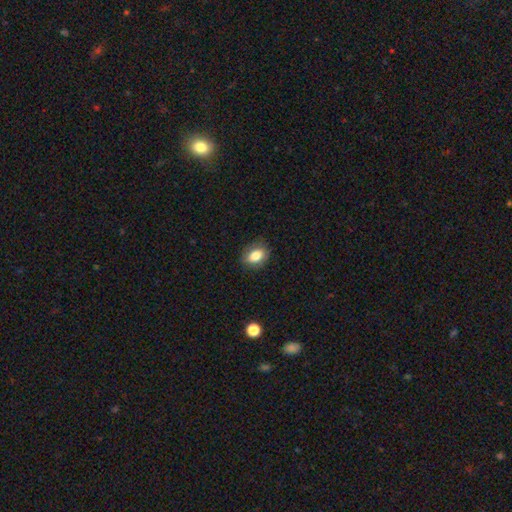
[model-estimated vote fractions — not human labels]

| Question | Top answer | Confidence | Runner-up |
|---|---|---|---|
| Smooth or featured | smooth | 82% | featured or disk (9%) |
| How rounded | in between | 75% | round (23%) |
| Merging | none | 82% | minor disturbance (14%) |